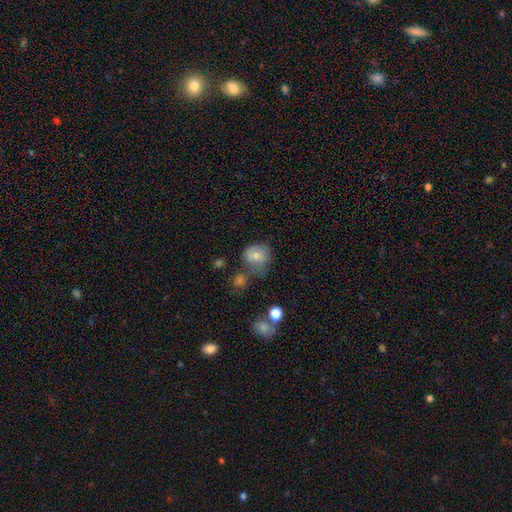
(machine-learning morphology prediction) smooth 73%, featured or disk 16%, star or artifact 10%. Down the decision tree: how rounded — round (70%); merging — none (46%).